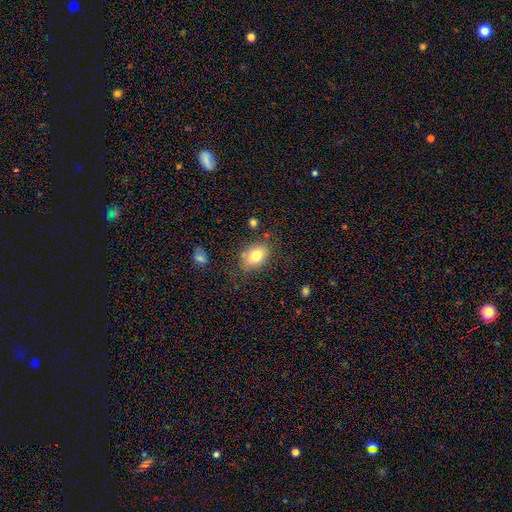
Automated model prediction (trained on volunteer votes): Smooth or featured? smooth (79%)
How rounded? in between (83%)
Merging? none (74%)